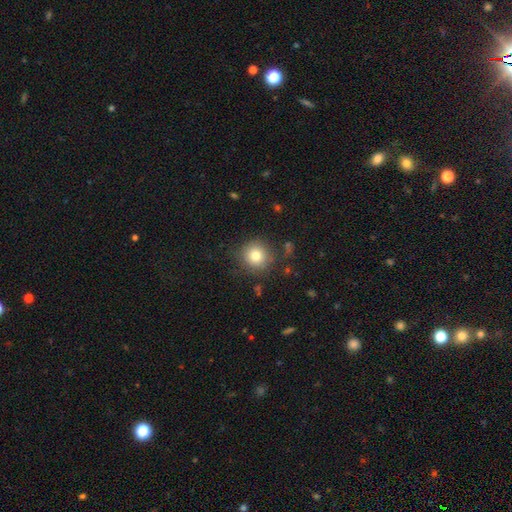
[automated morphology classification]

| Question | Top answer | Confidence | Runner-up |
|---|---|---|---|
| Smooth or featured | smooth | 79% | star or artifact (11%) |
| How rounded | round | 94% | in between (5%) |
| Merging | none | 84% | minor disturbance (10%) |